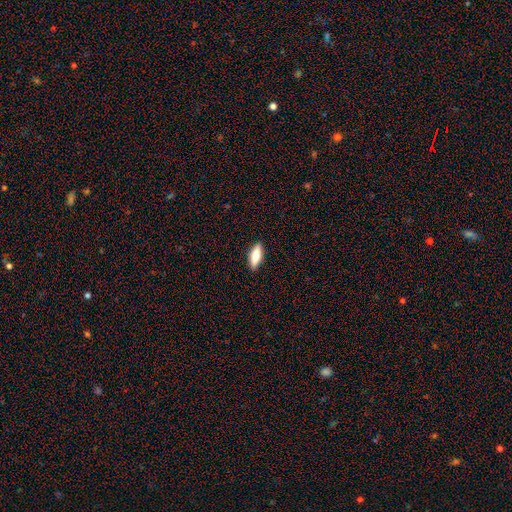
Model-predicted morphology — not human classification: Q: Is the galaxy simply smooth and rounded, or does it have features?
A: smooth — 76%.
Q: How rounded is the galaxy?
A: in between — 57%.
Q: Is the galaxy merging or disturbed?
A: none — 90%.